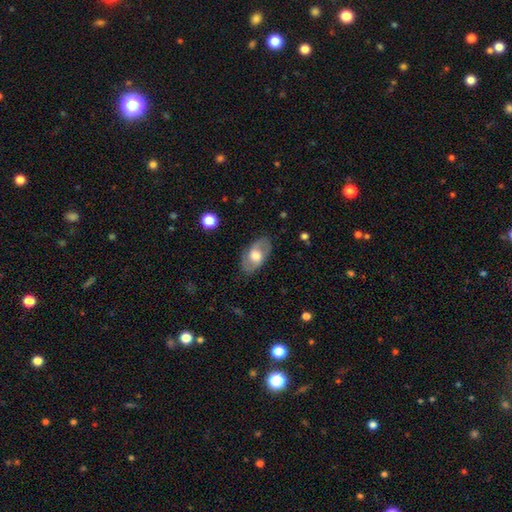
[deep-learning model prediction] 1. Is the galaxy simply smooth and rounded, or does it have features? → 57% featured or disk, 37% smooth, 6% star or artifact.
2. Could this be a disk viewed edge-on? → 92% no, 8% yes.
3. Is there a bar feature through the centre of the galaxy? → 61% no, 31% weak, 8% strong.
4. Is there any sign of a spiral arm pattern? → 70% yes, 30% no.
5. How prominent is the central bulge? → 61% moderate, 28% large, 8% small, 2% dominant, 1% none.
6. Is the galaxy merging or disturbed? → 82% none, 13% minor disturbance, 4% major disturbance, 1% merger.